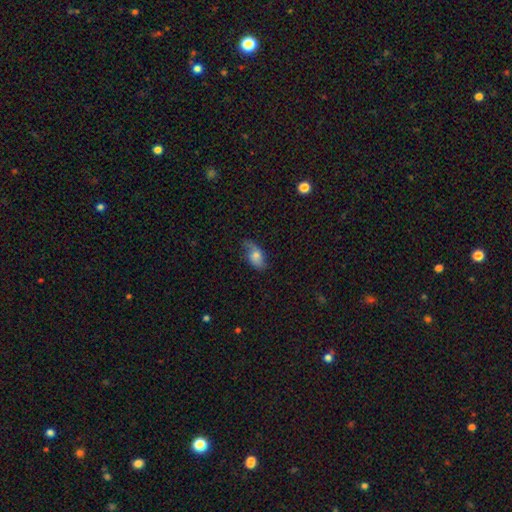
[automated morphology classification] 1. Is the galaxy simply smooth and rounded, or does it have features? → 53% smooth, 38% featured or disk, 9% star or artifact.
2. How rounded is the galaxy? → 89% in between, 7% round, 4% cigar-shaped.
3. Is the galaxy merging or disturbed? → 58% none, 29% minor disturbance, 11% major disturbance, 2% merger.